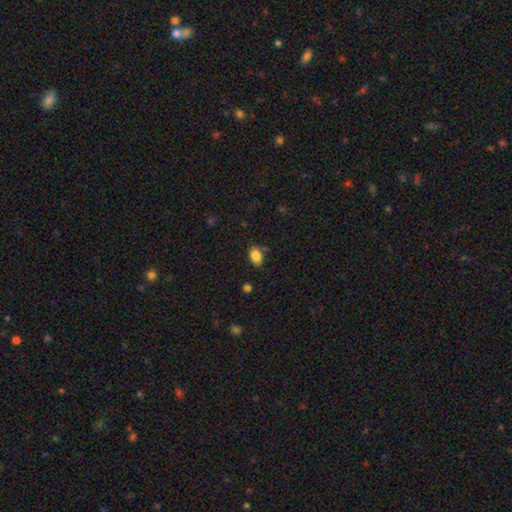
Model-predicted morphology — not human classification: Smooth or featured? smooth (85%)
How rounded? in between (87%)
Merging? none (78%)